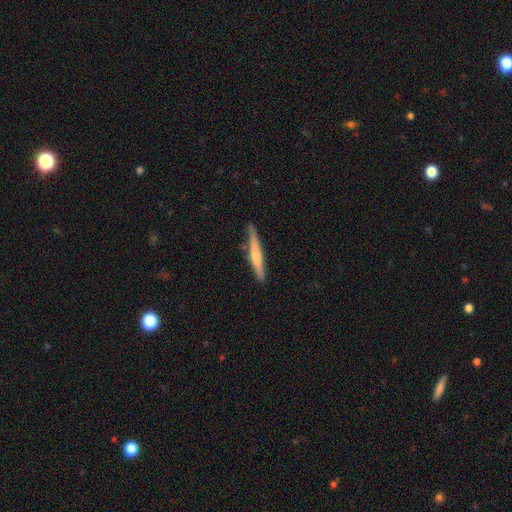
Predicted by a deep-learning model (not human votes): A featured or disk galaxy (61%) viewed edge-on (96%) with a rounded central bulge (75%).

Vote fractions:
- Smooth or featured? featured or disk: 61% / smooth: 33% / star or artifact: 6%
- Edge-on disk? yes: 96% / no: 4%
- Edge-on bulge? rounded: 75% / none: 19% / boxy: 7%
- Merging? none: 85% / minor disturbance: 11% / major disturbance: 2% / merger: 1%